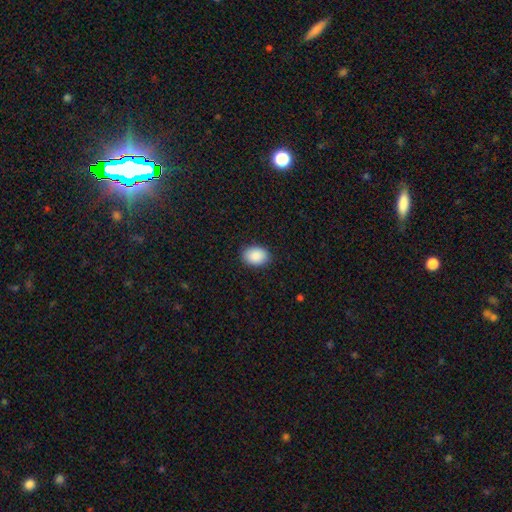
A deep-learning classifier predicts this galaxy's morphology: Overall: smooth (90%). How rounded: in between (78%). Merging: none (89%).